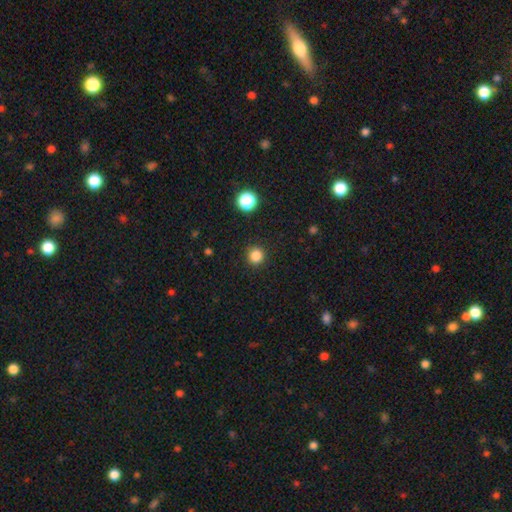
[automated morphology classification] smooth_or_featured: smooth (p=0.84) [alt: star or artifact p=0.13]
how_rounded: round (p=0.94) [alt: in between p=0.05]
merging: none (p=0.92) [alt: minor disturbance p=0.05]